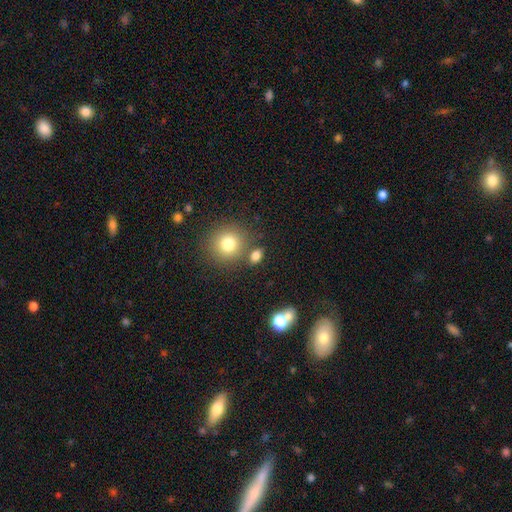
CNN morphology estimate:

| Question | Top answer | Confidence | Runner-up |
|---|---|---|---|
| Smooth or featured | smooth | 79% | star or artifact (13%) |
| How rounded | in between | 57% | round (40%) |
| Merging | none | 69% | merger (15%) |